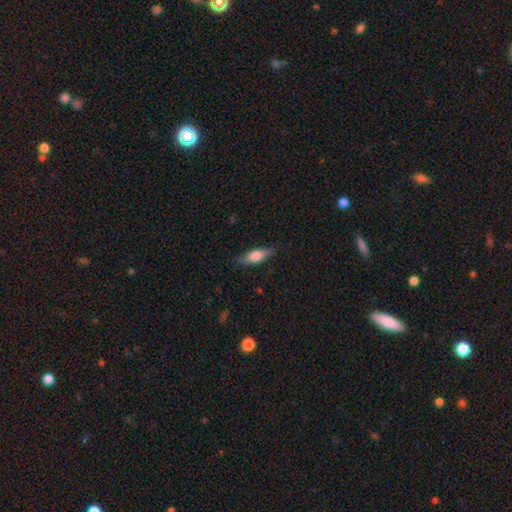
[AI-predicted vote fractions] A smooth galaxy with no disk features (64%) that is in between round and cigar-shaped (62%).

Vote fractions:
- Smooth or featured? smooth: 64% / featured or disk: 29% / star or artifact: 7%
- How rounded? in between: 62% / cigar-shaped: 34% / round: 3%
- Merging? none: 80% / minor disturbance: 16% / major disturbance: 3% / merger: 1%